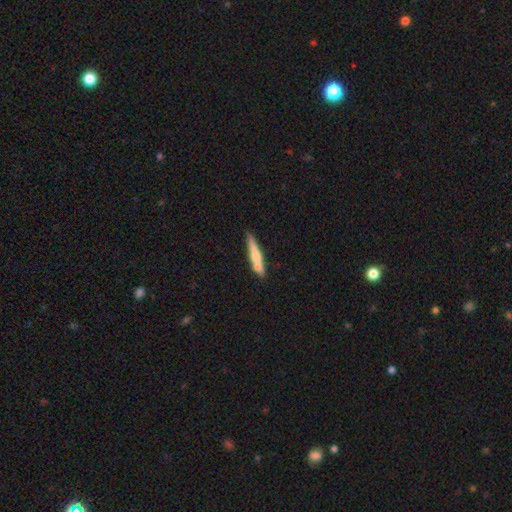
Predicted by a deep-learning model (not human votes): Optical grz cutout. It shows a smooth galaxy with no disk features (58%) that is cigar-shaped (91%). Merging: none (67%).